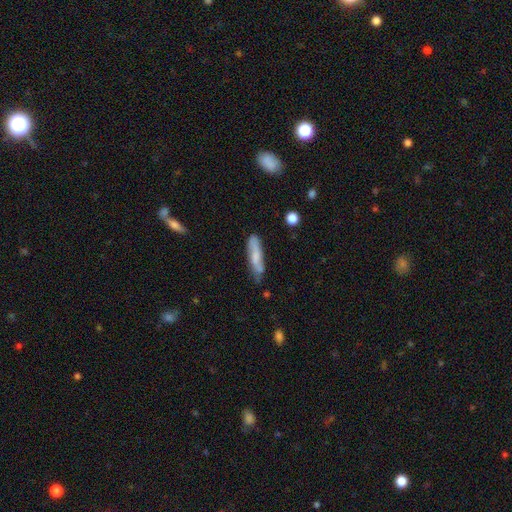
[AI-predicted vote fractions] A smooth galaxy with no disk features (63%) that is cigar-shaped (74%). Merging: none (62%).